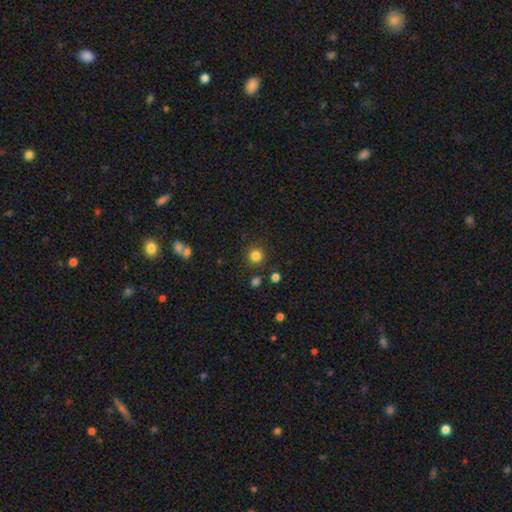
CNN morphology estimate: The model was most divided on "smooth or featured": smooth: 82%, star or artifact: 13%, featured or disk: 5%. More confident: how rounded — round (94%); merging — none (87%).